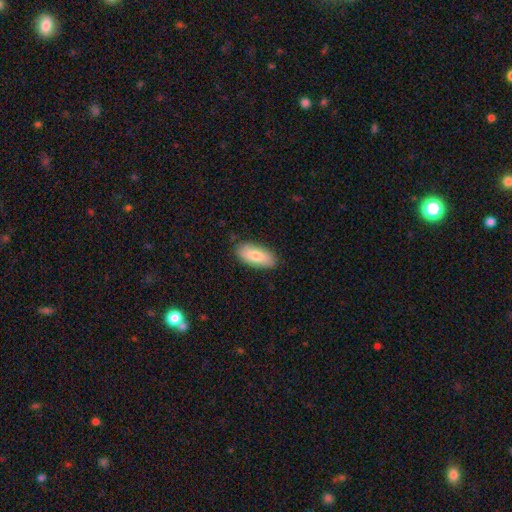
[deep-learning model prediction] The model was most divided on "smooth or featured": smooth: 79%, featured or disk: 15%, star or artifact: 6%. More confident: how rounded — in between (86%); merging — none (86%).